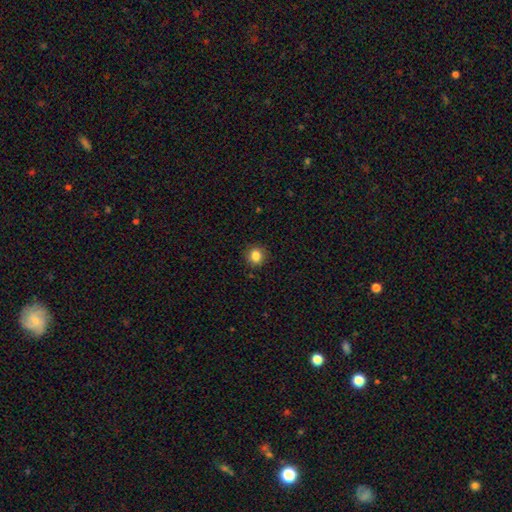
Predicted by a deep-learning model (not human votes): Overall: smooth (84%). How rounded: round (80%). Merging: none (88%).